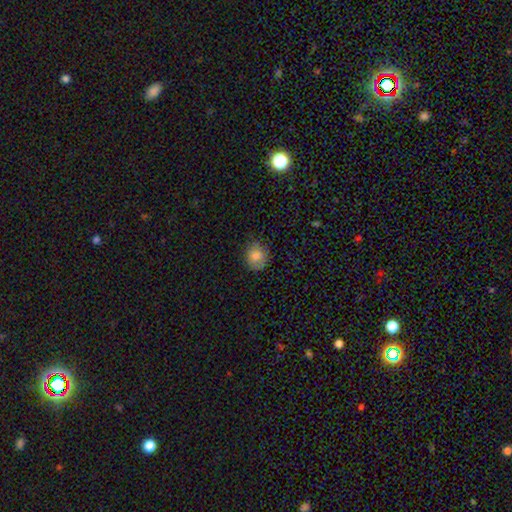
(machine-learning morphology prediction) smooth-or-featured: smooth: 79% | featured or disk: 12% | star or artifact: 9%
  how-rounded: round: 71% | in between: 28% | cigar-shaped: 1%
  merging: none: 73% | minor disturbance: 21% | major disturbance: 5% | merger: 1%